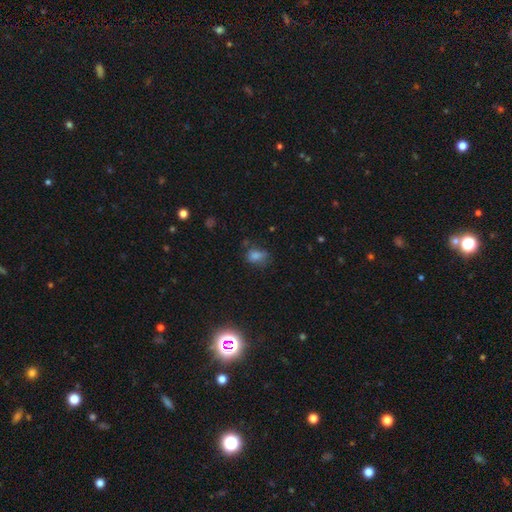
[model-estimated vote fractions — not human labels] Smooth or featured? smooth (76%)
How rounded? in between (74%)
Merging? none (52%)